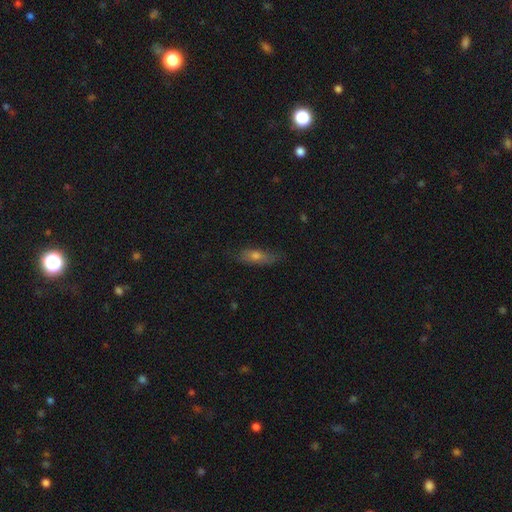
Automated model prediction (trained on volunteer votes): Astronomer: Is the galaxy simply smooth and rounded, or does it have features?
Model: smooth — 61%.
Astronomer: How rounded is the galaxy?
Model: in between — 54% (runner-up: cigar-shaped, 42%).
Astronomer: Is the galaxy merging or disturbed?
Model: none — 72%.